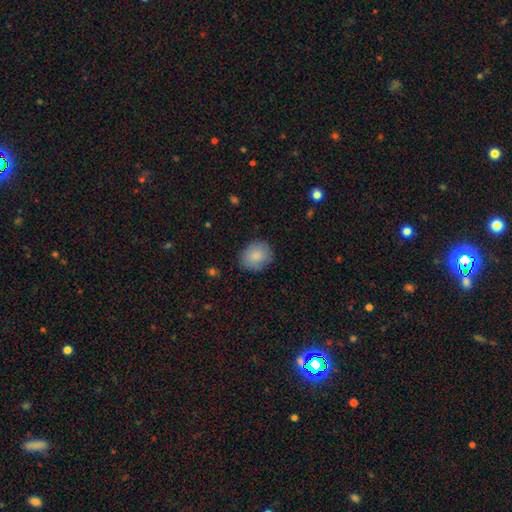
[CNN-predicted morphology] Smooth or featured? Predicted: smooth (p=0.87). How rounded? Predicted: round (p=0.65). Merging? Predicted: none (p=0.84).